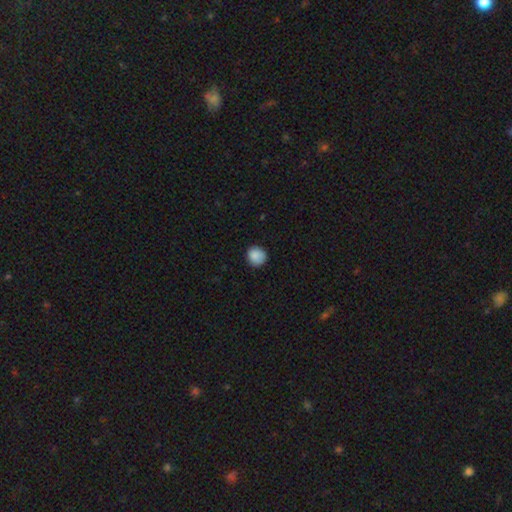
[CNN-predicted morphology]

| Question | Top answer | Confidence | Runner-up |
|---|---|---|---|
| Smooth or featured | smooth | 88% | star or artifact (9%) |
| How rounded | round | 92% | in between (7%) |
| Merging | none | 87% | minor disturbance (10%) |